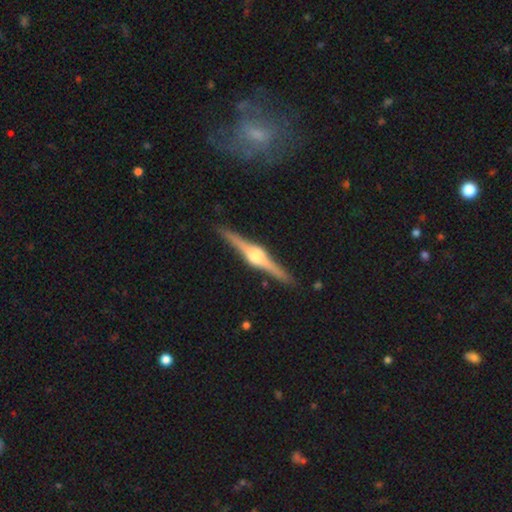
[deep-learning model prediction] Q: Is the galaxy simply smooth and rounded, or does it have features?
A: featured or disk — 87%.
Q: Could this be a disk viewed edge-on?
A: yes — 99%.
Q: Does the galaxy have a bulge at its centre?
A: rounded — 94%.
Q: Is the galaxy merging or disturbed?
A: none — 91%.